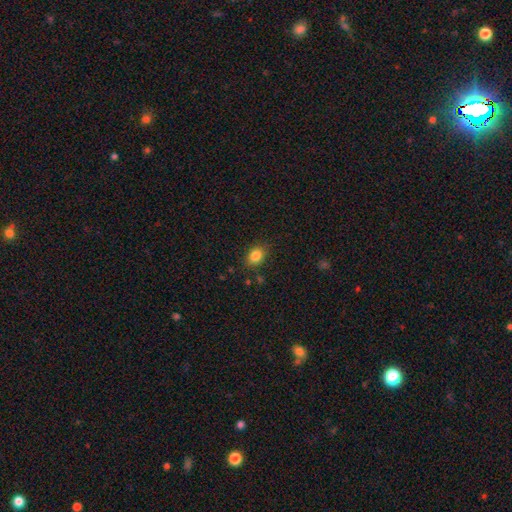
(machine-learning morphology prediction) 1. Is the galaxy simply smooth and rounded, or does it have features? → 85% smooth, 10% star or artifact, 6% featured or disk.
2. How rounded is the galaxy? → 63% in between, 36% round, 1% cigar-shaped.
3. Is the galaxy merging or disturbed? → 83% none, 12% minor disturbance, 3% major disturbance, 2% merger.